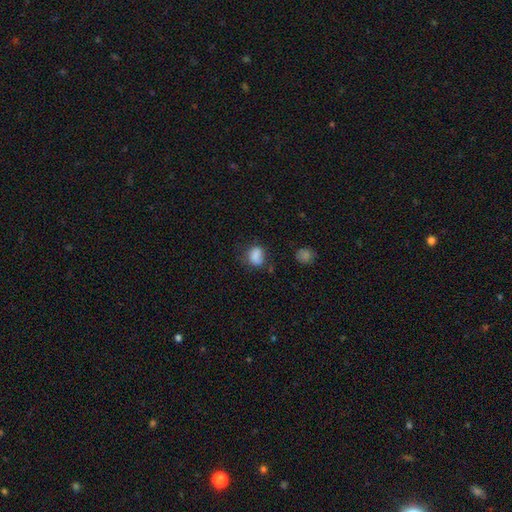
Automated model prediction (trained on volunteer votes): Overall: smooth (81%). How rounded: in between (58%; round 40%). Merging: none (53%; minor disturbance 29%).